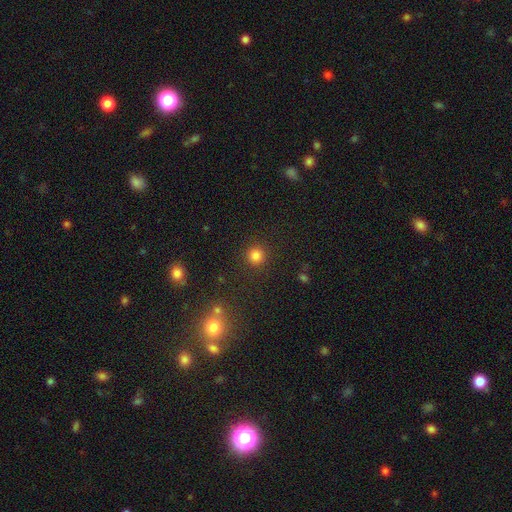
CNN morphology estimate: This is clearly a smooth galaxy (82%). How rounded: clearly round (95%). Merging: clearly none (91%).